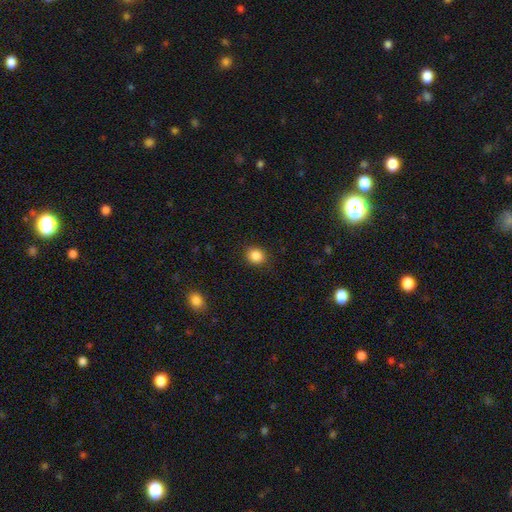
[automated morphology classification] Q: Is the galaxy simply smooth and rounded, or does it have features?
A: smooth — 86%.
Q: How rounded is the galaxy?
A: round — 77%.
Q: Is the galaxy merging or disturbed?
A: none — 88%.